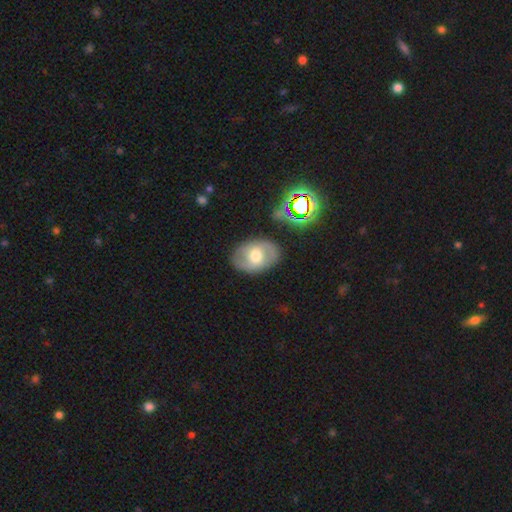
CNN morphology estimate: The model was most divided on "smooth or featured": featured or disk: 49%, smooth: 42%, star or artifact: 8%. More confident: merging — none (82%).